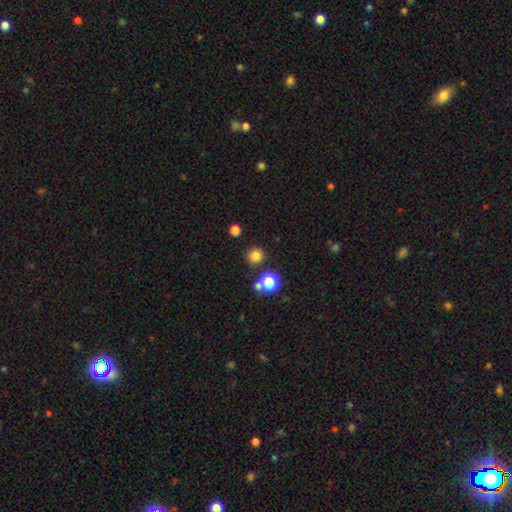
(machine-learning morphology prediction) Overall: smooth (80%). How rounded: round (93%). Merging: none (85%).